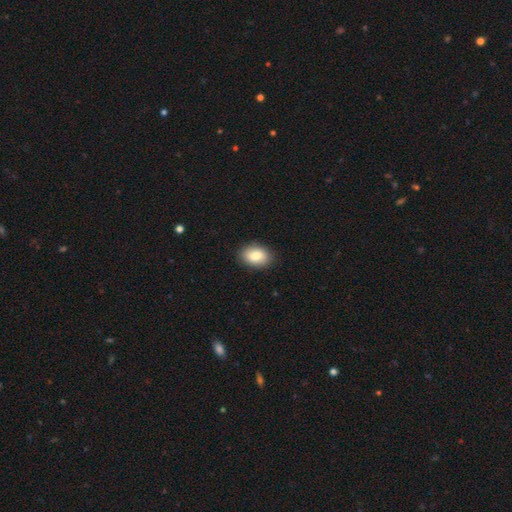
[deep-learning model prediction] Smooth or featured: smooth — 83% (featured or disk — 10%)
How rounded: in between — 82% (round — 17%)
Merging: none — 89% (minor disturbance — 8%)